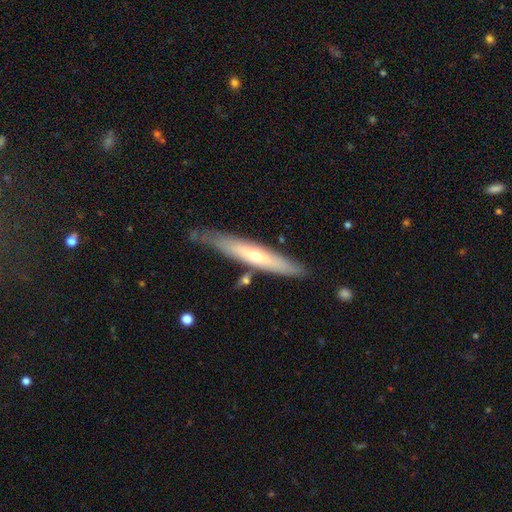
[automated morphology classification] Smooth or featured?
  - featured or disk: 58% *
  - smooth: 35%
  - star or artifact: 6%
Edge-on disk?
  - yes: 81% *
  - no: 19%
Merging?
  - none: 77% *
  - minor disturbance: 17%
  - major disturbance: 3%
  - merger: 3%